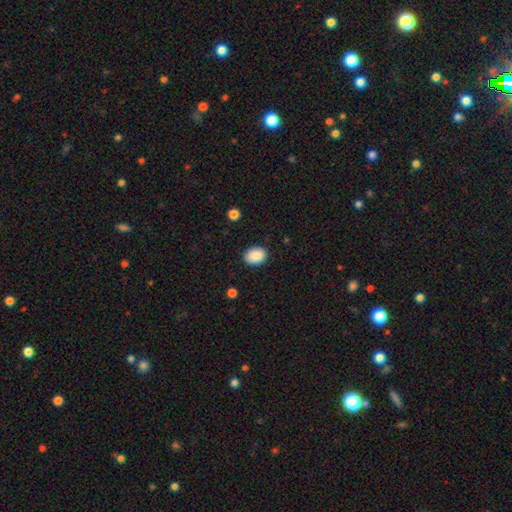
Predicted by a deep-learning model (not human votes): Q: Smooth or featured?
A: smooth (89%); runner-up: star or artifact (8%)
Q: How rounded?
A: in between (66%); runner-up: round (33%)
Q: Merging?
A: none (88%); runner-up: minor disturbance (9%)